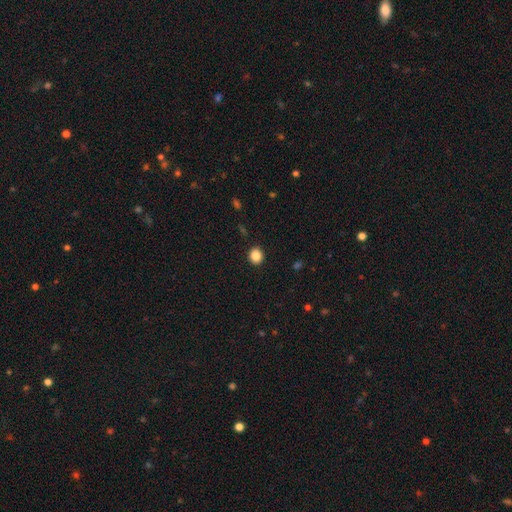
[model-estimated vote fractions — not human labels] Morphology: type=smooth (86%); roundness=round (80%); merging=none (91%).